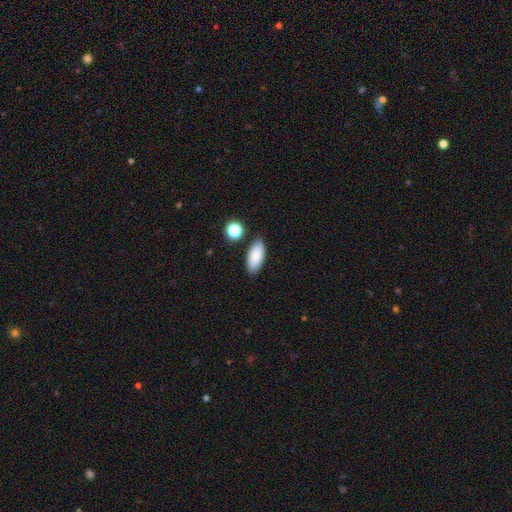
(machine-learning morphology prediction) Q: Smooth or featured?
A: smooth (84%); runner-up: featured or disk (9%)
Q: How rounded?
A: in between (87%); runner-up: cigar-shaped (10%)
Q: Merging?
A: none (83%); runner-up: minor disturbance (11%)